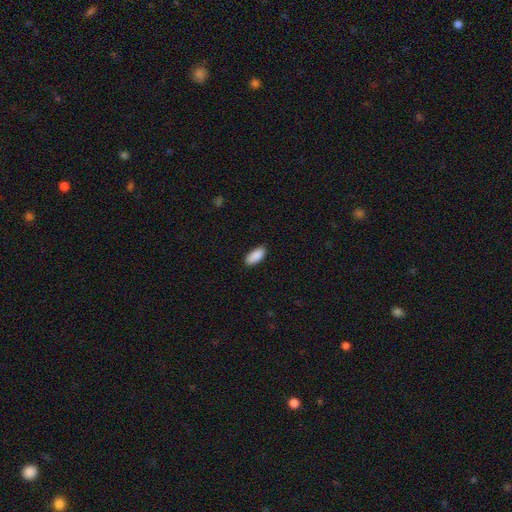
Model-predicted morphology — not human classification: smooth 90%, star or artifact 6%, featured or disk 4%. Down the decision tree: how rounded — in between (90%); merging — none (86%).